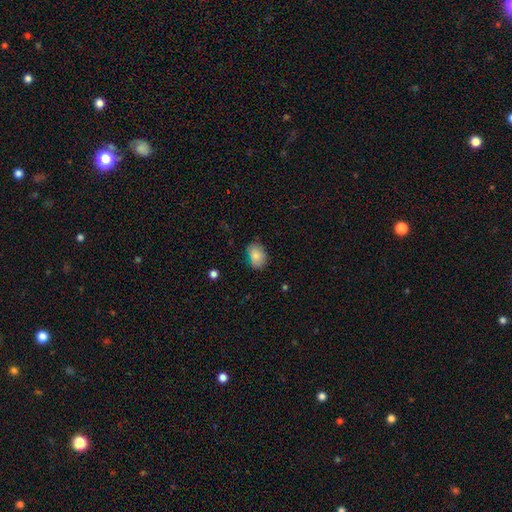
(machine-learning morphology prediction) The model was most divided on "merging": none: 73%, minor disturbance: 21%, major disturbance: 4%, merger: 2%. More confident: smooth or featured — smooth (85%); how rounded — in between (77%).